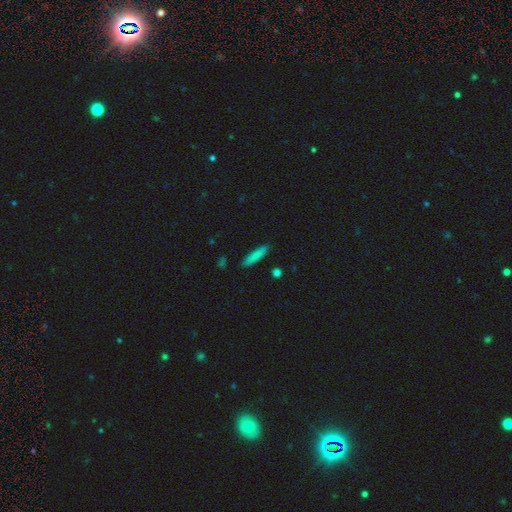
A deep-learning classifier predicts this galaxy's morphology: The model was most divided on "how rounded": cigar-shaped: 80%, in between: 18%, round: 2%. More confident: merging — none (88%); smooth or featured — smooth (83%).